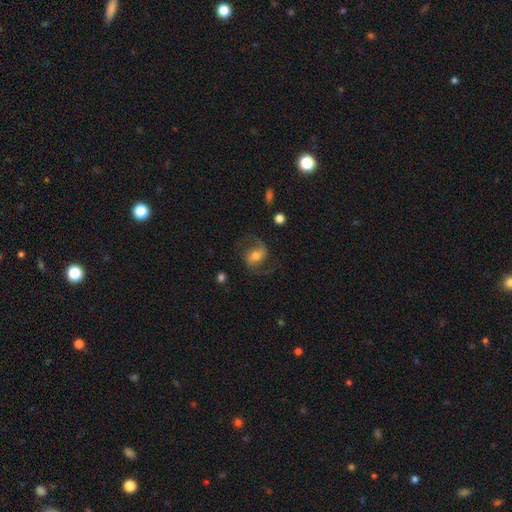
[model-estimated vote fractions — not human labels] This is likely a featured or disk galaxy (74%). It is clearly not viewed edge-on (97%). Bar: marginally weak (43%). Spiral arm pattern: clearly yes (92%). Spiral arm count: clearly 2 (91%). Spiral winding: possibly medium (50%). Central bulge: likely moderate (66%). Merging: likely none (71%).